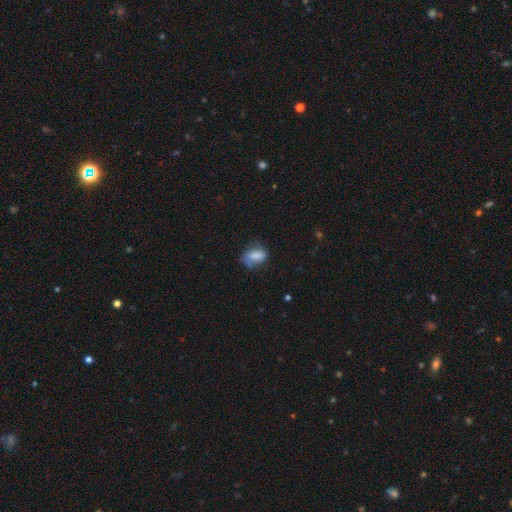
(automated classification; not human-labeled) This appears to be a smooth galaxy with no disk features (69%) that is in between round and cigar-shaped (83%). Merging: none (45%).